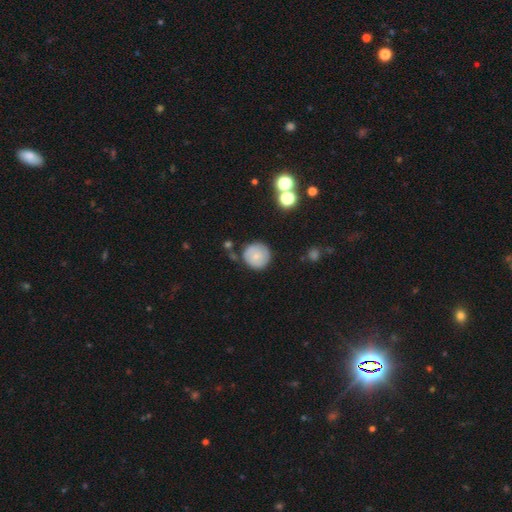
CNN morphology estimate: Q: Smooth or featured?
A: smooth (65%); runner-up: featured or disk (26%)
Q: How rounded?
A: round (93%); runner-up: in between (6%)
Q: Merging?
A: none (76%); runner-up: minor disturbance (16%)